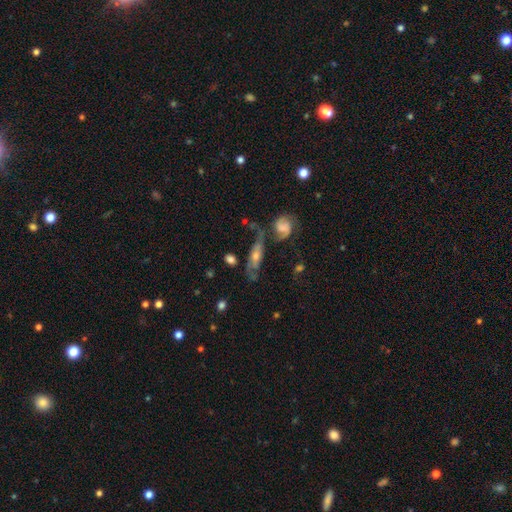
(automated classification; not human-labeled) Smooth or featured? Predicted: featured or disk (p=0.71). Edge-on disk? Predicted: no (p=0.78). Bar? Predicted: no (p=0.59). Spiral arms? Predicted: yes (p=0.87). Bulge size? Predicted: moderate (p=0.49). Merging? Predicted: none (p=0.46).